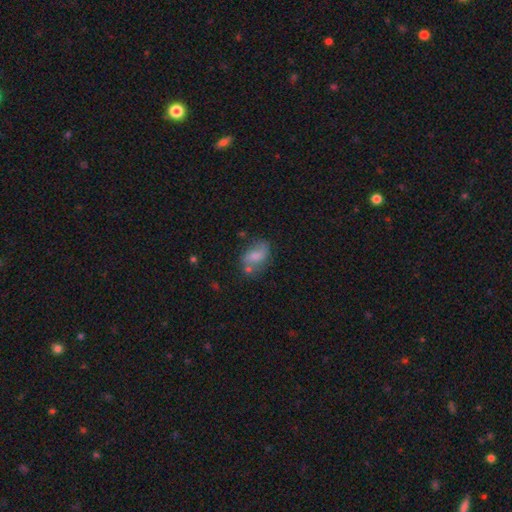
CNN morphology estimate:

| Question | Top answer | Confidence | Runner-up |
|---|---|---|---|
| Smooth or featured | smooth | 53% | featured or disk (37%) |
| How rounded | in between | 83% | round (14%) |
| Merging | none | 50% | minor disturbance (24%) |